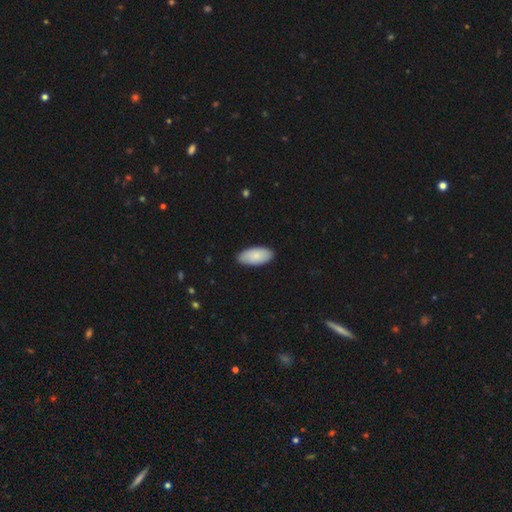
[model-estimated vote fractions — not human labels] Smooth or featured? smooth (86%)
How rounded? in between (94%)
Merging? none (87%)